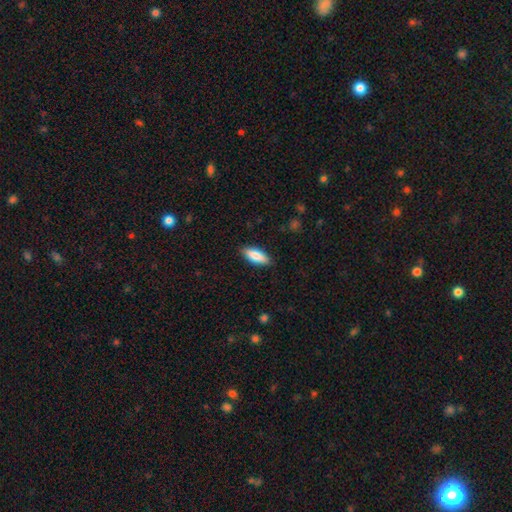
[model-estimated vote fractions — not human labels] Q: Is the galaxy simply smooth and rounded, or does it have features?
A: smooth — 81%.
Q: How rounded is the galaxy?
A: in between — 71%.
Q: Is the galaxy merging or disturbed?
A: none — 87%.